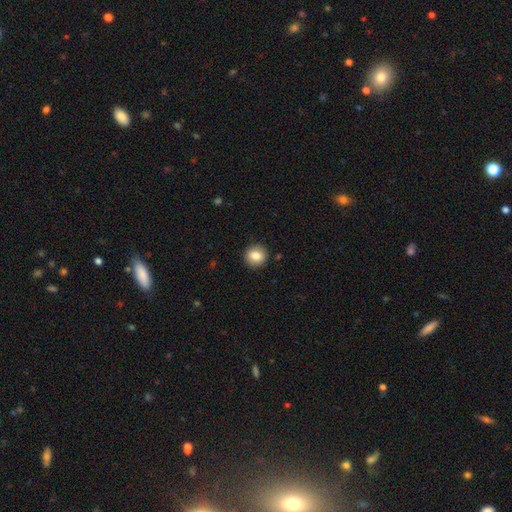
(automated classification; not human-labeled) Morphology: type=smooth (83%); roundness=round (86%); merging=none (91%).